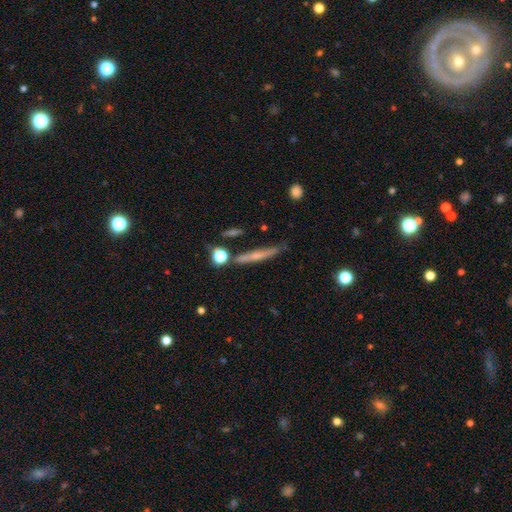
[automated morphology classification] type=smooth (46%, tied with featured or disk); merging=none (79%).